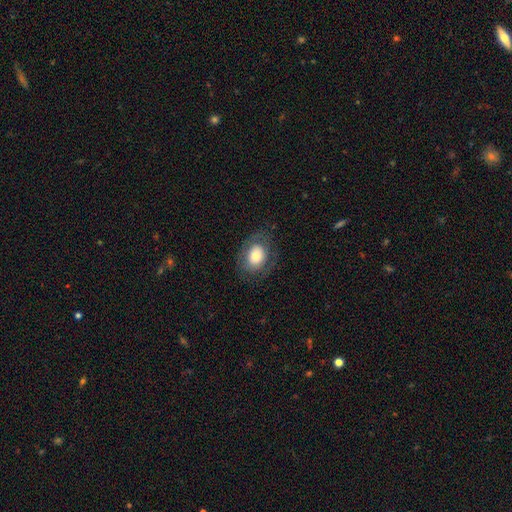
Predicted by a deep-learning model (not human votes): smooth-or-featured: smooth: 71% | featured or disk: 21% | star or artifact: 8%
  how-rounded: in between: 65% | round: 34% | cigar-shaped: 1%
  merging: none: 76% | minor disturbance: 15% | major disturbance: 8% | merger: 1%